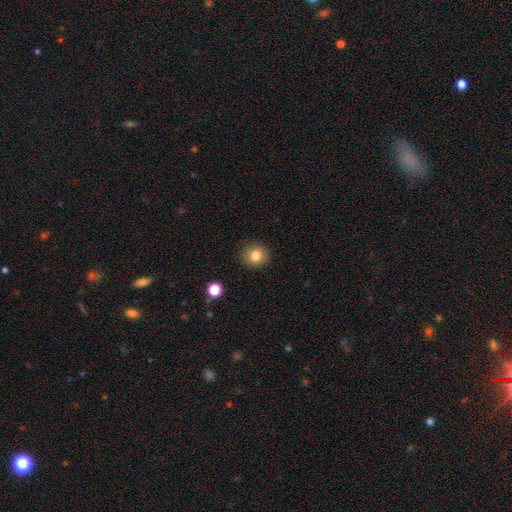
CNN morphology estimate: A smooth galaxy with no disk features (82%) that is round (84%).

Vote fractions:
- Smooth or featured? smooth: 82% / star or artifact: 11% / featured or disk: 7%
- How rounded? round: 84% / in between: 15% / cigar-shaped: 1%
- Merging? none: 89% / minor disturbance: 8% / major disturbance: 2% / merger: 1%